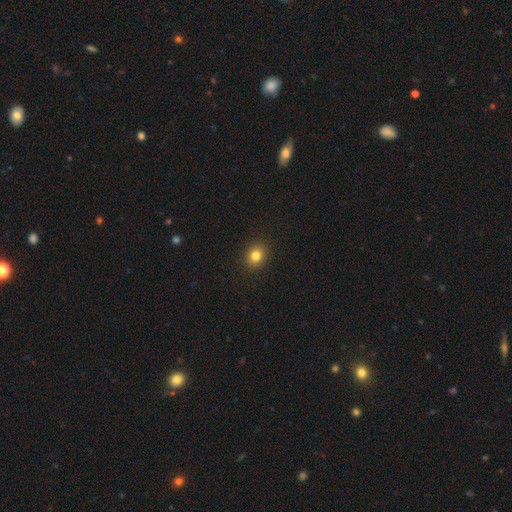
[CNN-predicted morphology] Smooth or featured: smooth — 82% (star or artifact — 12%)
How rounded: round — 68% (in between — 31%)
Merging: none — 91% (minor disturbance — 6%)